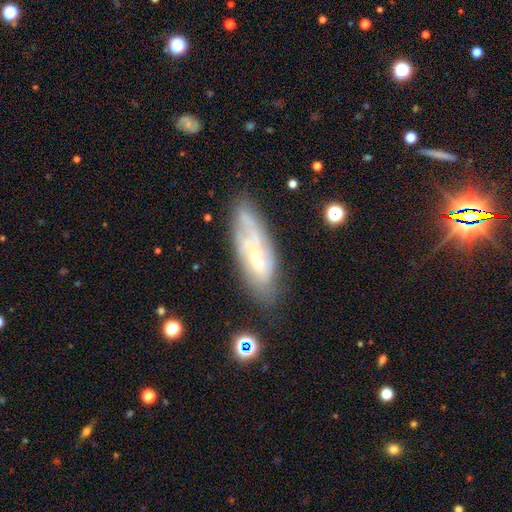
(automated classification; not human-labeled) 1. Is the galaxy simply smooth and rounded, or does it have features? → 64% featured or disk, 27% smooth, 9% star or artifact.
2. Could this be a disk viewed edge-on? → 80% no, 20% yes.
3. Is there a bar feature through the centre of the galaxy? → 60% no, 32% weak, 8% strong.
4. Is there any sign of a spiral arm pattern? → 79% yes, 21% no.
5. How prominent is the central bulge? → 69% small, 25% moderate, 4% none, 2% large, 1% dominant.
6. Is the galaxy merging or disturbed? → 71% none, 19% minor disturbance, 7% major disturbance, 3% merger.